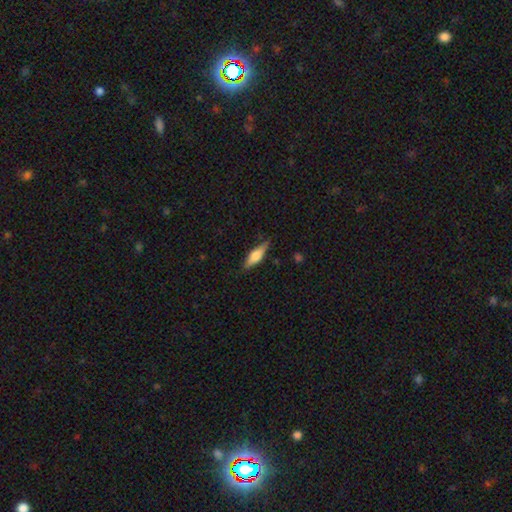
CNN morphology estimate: smooth_or_featured: smooth (p=0.51) [alt: featured or disk p=0.43]
how_rounded: cigar-shaped (p=0.56) [alt: in between p=0.41]
merging: none (p=0.81) [alt: minor disturbance p=0.14]